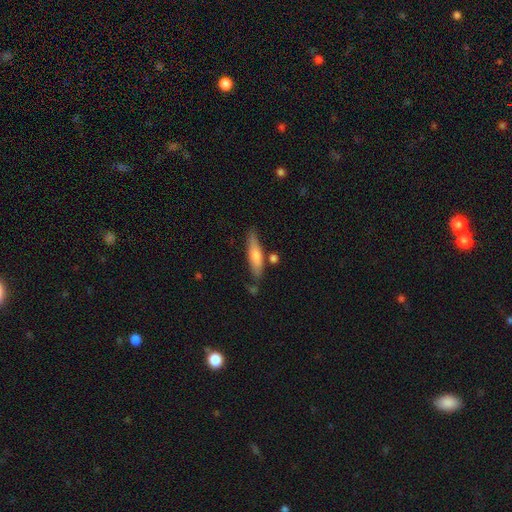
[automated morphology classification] A smooth galaxy with no disk features (71%) that is cigar-shaped (75%). Merging: none (70%).